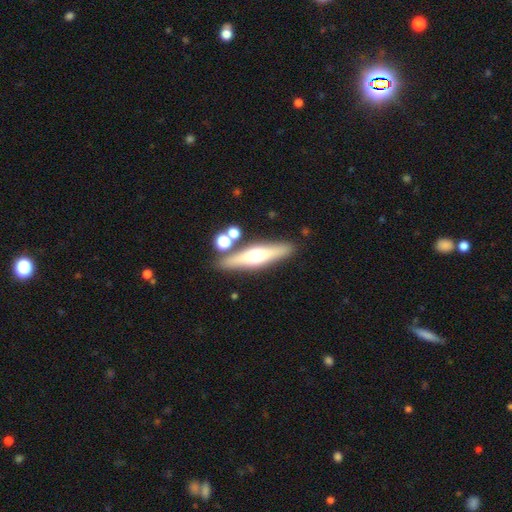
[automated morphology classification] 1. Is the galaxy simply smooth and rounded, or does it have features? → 56% featured or disk, 37% smooth, 7% star or artifact.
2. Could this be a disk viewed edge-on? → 92% yes, 8% no.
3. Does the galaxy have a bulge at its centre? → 94% rounded, 3% boxy, 3% none.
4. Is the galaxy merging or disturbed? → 80% none, 9% minor disturbance, 8% merger, 3% major disturbance.